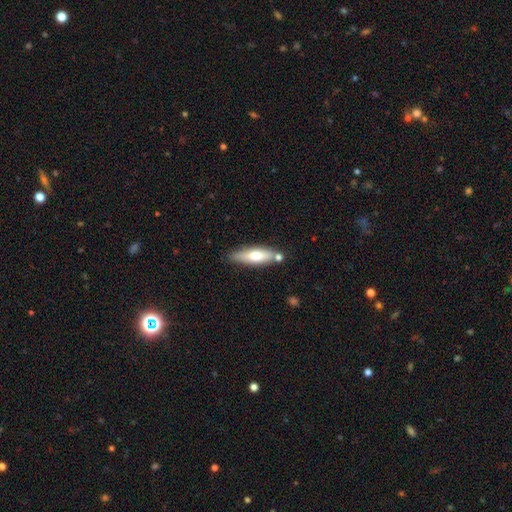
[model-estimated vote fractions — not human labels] Smooth or featured? smooth (63%)
How rounded? cigar-shaped (58%)
Merging? none (71%)